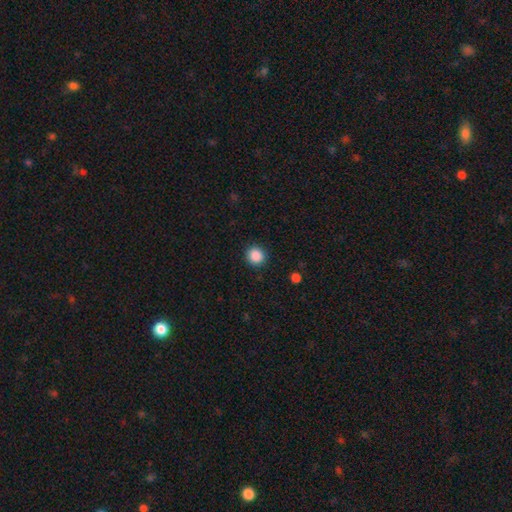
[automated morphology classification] Smooth or featured: smooth — 87% (star or artifact — 10%)
How rounded: round — 92% (in between — 7%)
Merging: none — 91% (minor disturbance — 6%)